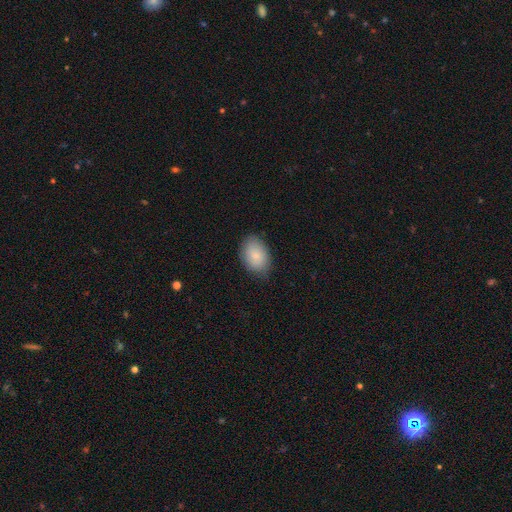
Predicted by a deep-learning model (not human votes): Smooth or featured? Predicted: smooth (p=0.85). How rounded? Predicted: in between (p=0.84). Merging? Predicted: none (p=0.81).